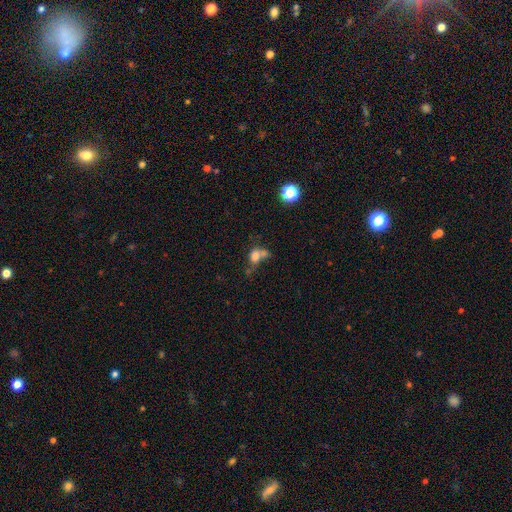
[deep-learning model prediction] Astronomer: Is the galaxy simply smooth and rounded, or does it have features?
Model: smooth — 70%.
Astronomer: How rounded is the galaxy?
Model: in between — 52% (runner-up: round, 46%).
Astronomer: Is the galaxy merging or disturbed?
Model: merger — 51%.